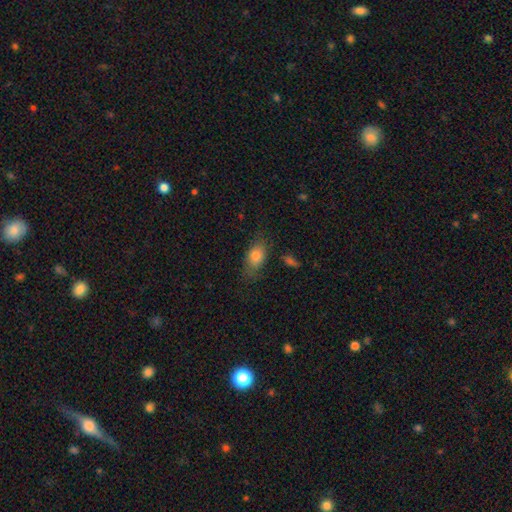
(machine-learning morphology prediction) This appears to be a smooth galaxy with no disk features (80%) that is in between round and cigar-shaped (85%). Merging: none (69%).